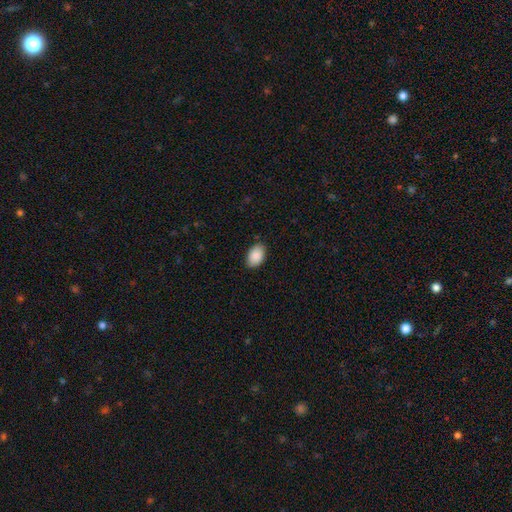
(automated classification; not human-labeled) smooth 91%, star or artifact 6%, featured or disk 3%. Down the decision tree: how rounded — in between (92%); merging — none (87%).